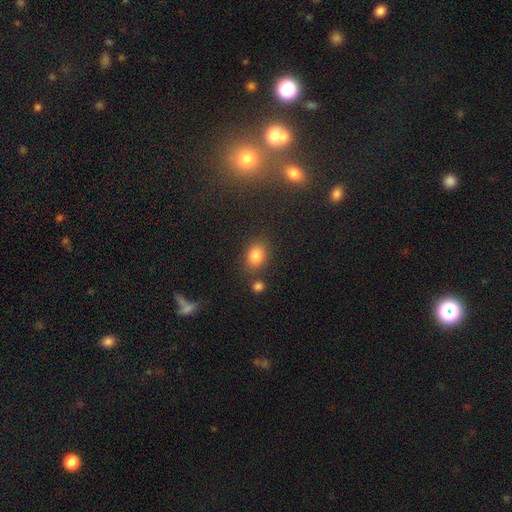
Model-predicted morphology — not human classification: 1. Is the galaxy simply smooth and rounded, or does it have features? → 82% smooth, 11% star or artifact, 7% featured or disk.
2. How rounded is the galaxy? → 60% in between, 39% round, 2% cigar-shaped.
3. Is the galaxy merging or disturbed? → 74% none, 13% minor disturbance, 9% merger, 4% major disturbance.